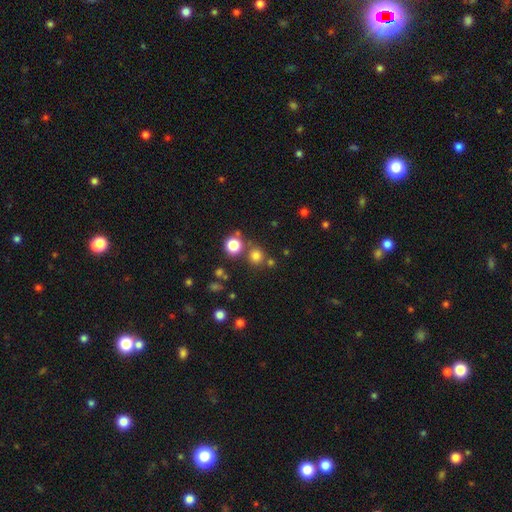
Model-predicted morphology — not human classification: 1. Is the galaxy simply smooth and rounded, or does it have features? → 75% smooth, 19% star or artifact, 6% featured or disk.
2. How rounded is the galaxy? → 91% round, 8% in between, 1% cigar-shaped.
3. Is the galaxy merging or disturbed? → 76% none, 14% merger, 7% minor disturbance, 3% major disturbance.